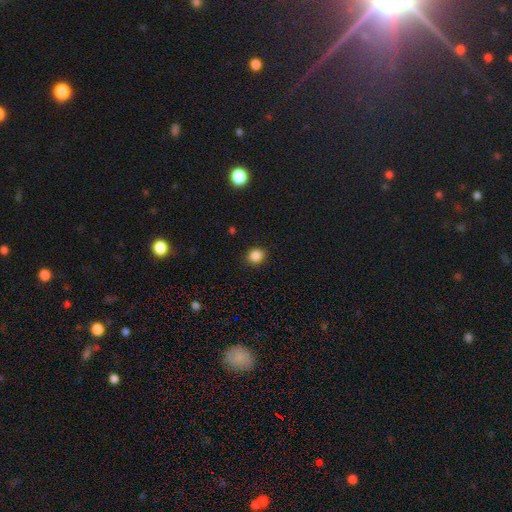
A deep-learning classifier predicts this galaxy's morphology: Q: Smooth or featured?
A: smooth (86%); runner-up: star or artifact (11%)
Q: How rounded?
A: round (76%); runner-up: in between (23%)
Q: Merging?
A: none (88%); runner-up: minor disturbance (9%)